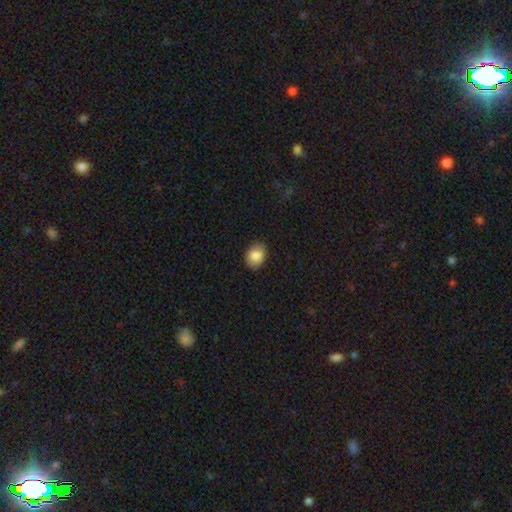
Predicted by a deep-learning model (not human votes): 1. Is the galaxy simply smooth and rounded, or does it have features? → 85% smooth, 8% star or artifact, 7% featured or disk.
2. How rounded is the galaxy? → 66% in between, 33% round, 1% cigar-shaped.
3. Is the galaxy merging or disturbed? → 86% none, 11% minor disturbance, 2% major disturbance, 1% merger.